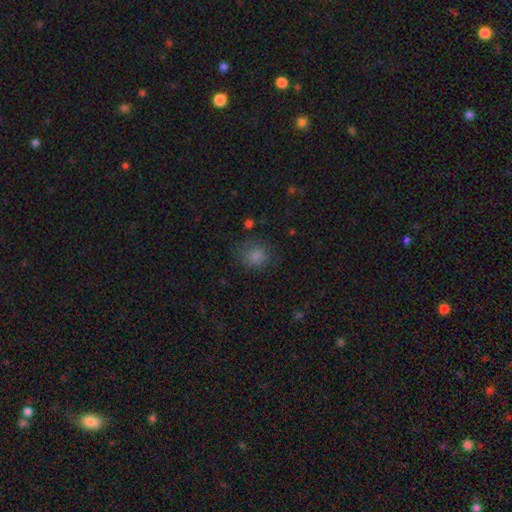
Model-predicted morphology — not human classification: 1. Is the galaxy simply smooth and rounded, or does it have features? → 79% smooth, 12% star or artifact, 8% featured or disk.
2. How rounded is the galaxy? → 72% round, 27% in between, 1% cigar-shaped.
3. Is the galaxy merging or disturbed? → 69% none, 19% minor disturbance, 10% major disturbance, 2% merger.